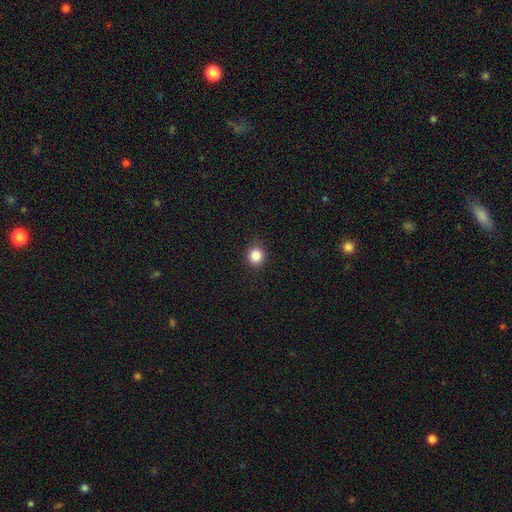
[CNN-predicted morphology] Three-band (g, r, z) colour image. It shows a smooth galaxy with no disk features (84%) that is round (87%). Merging: none (90%).